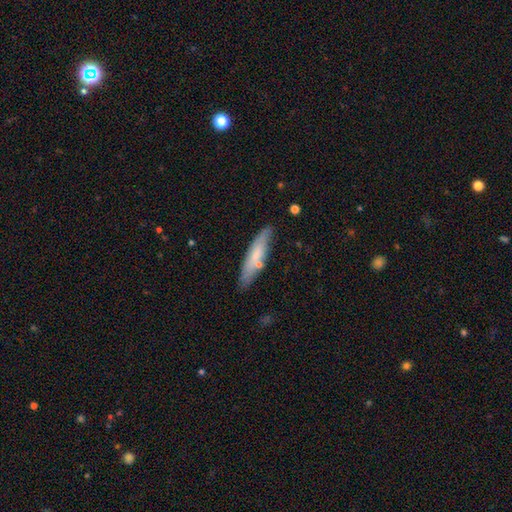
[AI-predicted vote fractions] This appears to be a smooth galaxy with no disk features (62%) that is cigar-shaped (79%). Merging: none (77%).